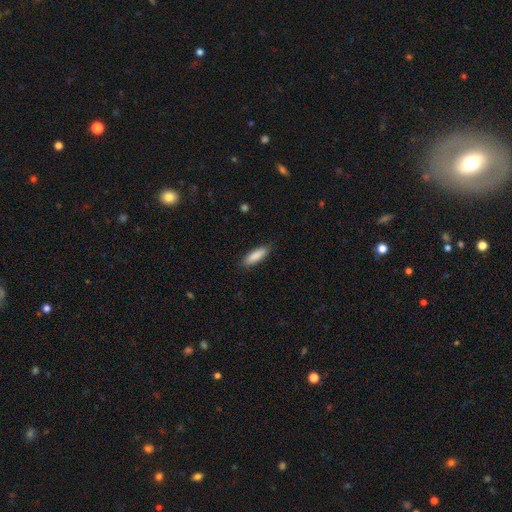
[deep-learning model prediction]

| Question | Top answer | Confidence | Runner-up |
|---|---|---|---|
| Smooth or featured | smooth | 87% | featured or disk (7%) |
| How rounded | cigar-shaped | 55% | in between (43%) |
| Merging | none | 86% | minor disturbance (11%) |